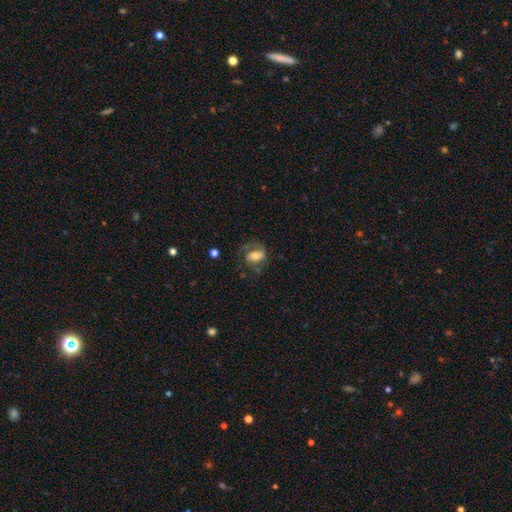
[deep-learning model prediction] A featured or disk galaxy (60%) with a weak bar (35%), spiral arms (82%) and a moderate central bulge (64%). Merging: none (55%).